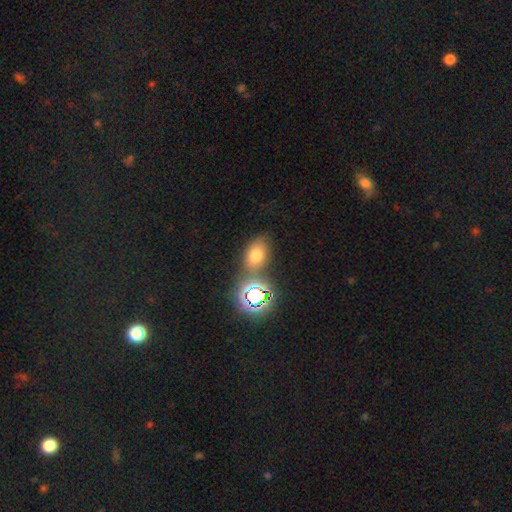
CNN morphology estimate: This appears to be a smooth galaxy with no disk features (65%) that is in between round and cigar-shaped (75%). Merging: none (68%).